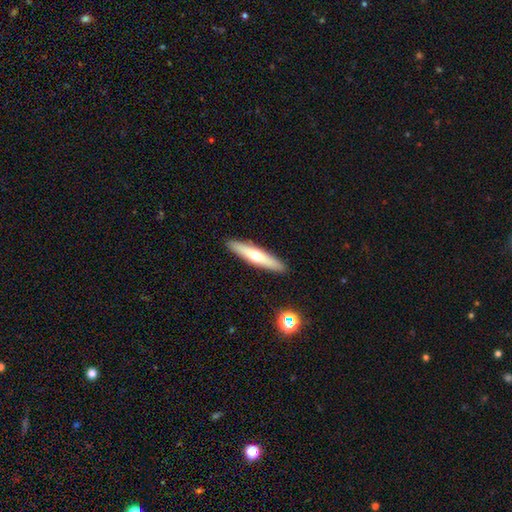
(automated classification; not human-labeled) Morphology: type=smooth (49%); merging=none (91%).